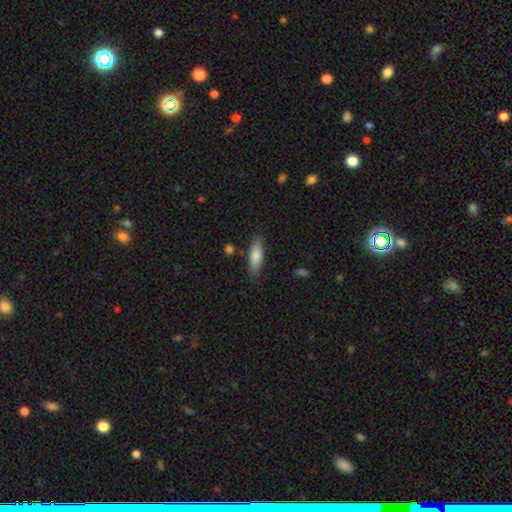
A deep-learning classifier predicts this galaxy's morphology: Smooth or featured? smooth (80%)
How rounded? in between (54%)
Merging? none (83%)